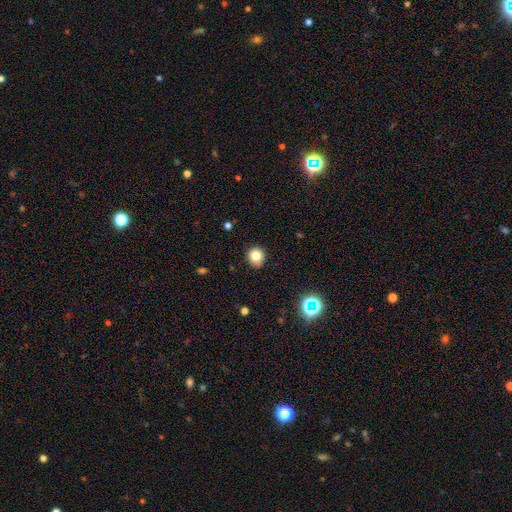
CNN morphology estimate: Smooth or featured? Predicted: smooth (p=0.81). How rounded? Predicted: round (p=0.81). Merging? Predicted: none (p=0.84).